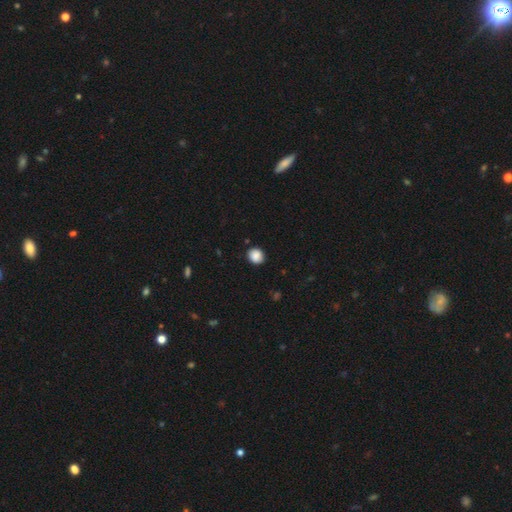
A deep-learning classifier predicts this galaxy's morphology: type=smooth (88%); roundness=round (75%); merging=none (88%).